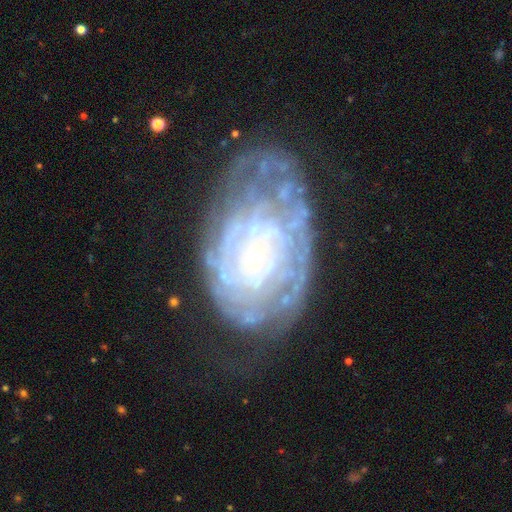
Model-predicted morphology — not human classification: Q: Smooth or featured?
A: featured or disk (80%); runner-up: smooth (12%)
Q: Edge-on disk?
A: no (96%); runner-up: yes (4%)
Q: Bar?
A: no (82%); runner-up: weak (14%)
Q: Spiral arms?
A: yes (79%); runner-up: no (21%)
Q: Spiral winding?
A: tight (76%); runner-up: medium (17%)
Q: Spiral arm count?
A: can't tell (57%); runner-up: 2 (11%)
Q: Bulge size?
A: small (83%); runner-up: moderate (11%)
Q: Merging?
A: none (56%); runner-up: minor disturbance (23%)